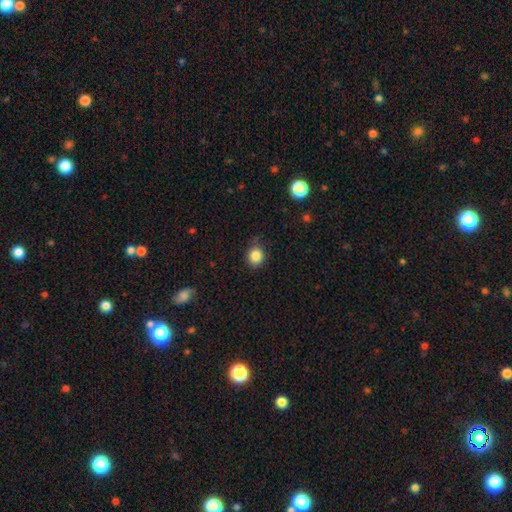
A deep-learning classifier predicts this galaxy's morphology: The model was most divided on "how rounded": round: 77%, in between: 22%, cigar-shaped: 1%. More confident: smooth or featured — smooth (85%); merging — none (78%).